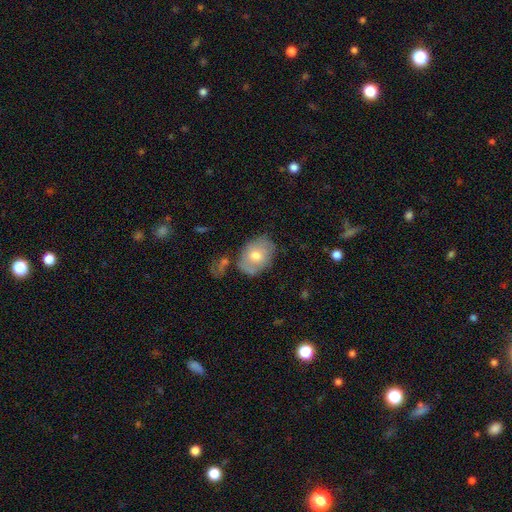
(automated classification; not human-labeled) The model was most divided on "smooth or featured": smooth: 65%, featured or disk: 28%, star or artifact: 7%. More confident: how rounded — in between (73%); merging — none (65%).